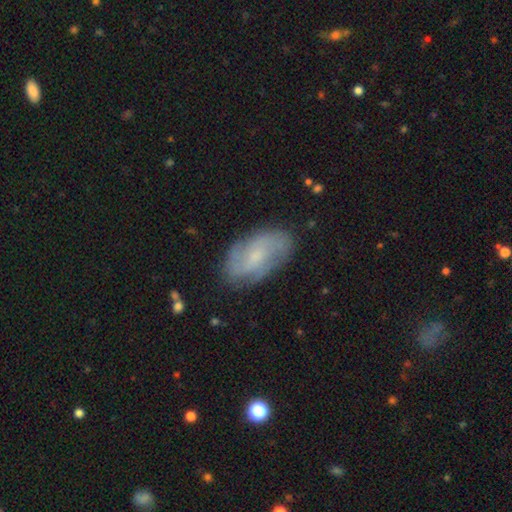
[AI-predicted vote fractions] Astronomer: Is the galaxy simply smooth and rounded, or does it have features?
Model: featured or disk — 66%.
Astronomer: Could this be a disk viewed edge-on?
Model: no — 95%.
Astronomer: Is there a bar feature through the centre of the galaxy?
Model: weak — 46%, tied with no at 46%.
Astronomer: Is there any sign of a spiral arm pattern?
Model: yes — 88%.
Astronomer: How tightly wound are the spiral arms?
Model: medium — 43% (runner-up: tight, 29%).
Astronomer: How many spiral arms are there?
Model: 2 — 55%.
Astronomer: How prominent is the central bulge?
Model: small — 60%.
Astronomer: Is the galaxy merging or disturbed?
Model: none — 77%.